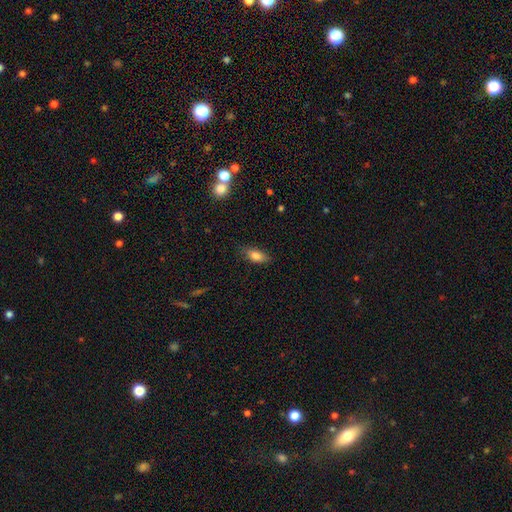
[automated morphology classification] type=smooth (81%); roundness=in between (82%); merging=none (79%).